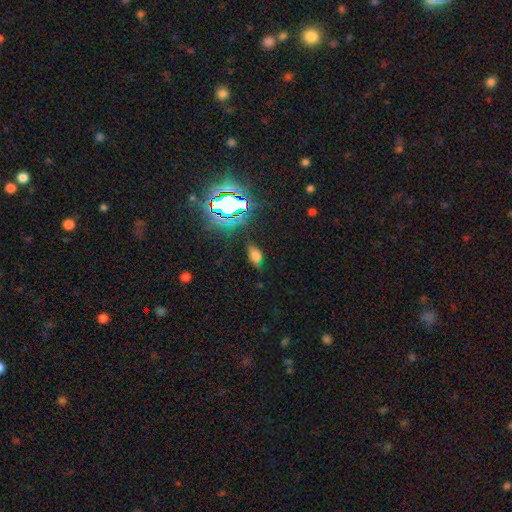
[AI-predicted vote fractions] Morphology: type=smooth (59%); roundness=in between (88%); merging=none (69%).